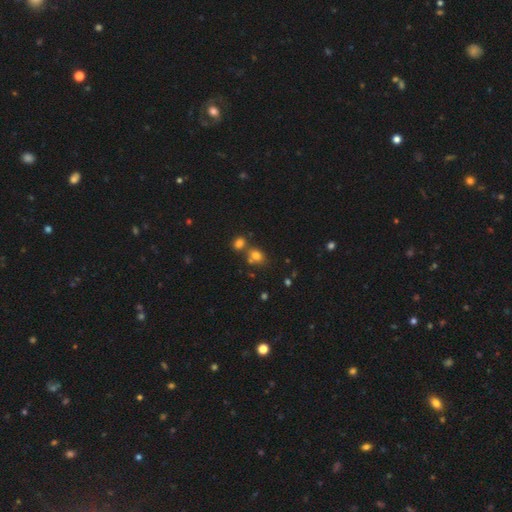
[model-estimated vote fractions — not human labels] Overall: smooth (75%). How rounded: round (53%; in between 46%). Merging: none (54%; merger 31%).